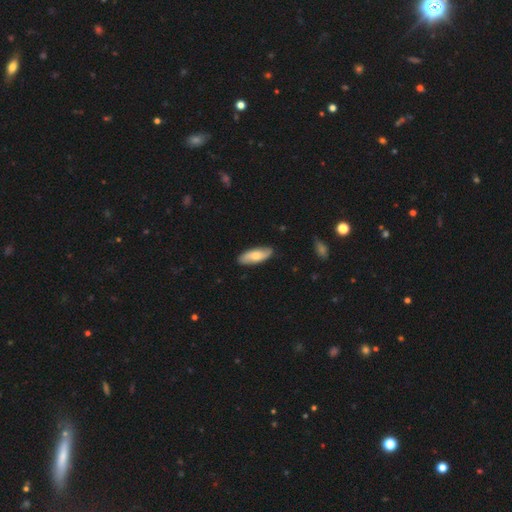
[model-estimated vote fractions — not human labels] smooth_or_featured: smooth (p=0.60) [alt: featured or disk p=0.35]
how_rounded: in between (p=0.72) [alt: cigar-shaped p=0.26]
merging: none (p=0.85) [alt: minor disturbance p=0.12]